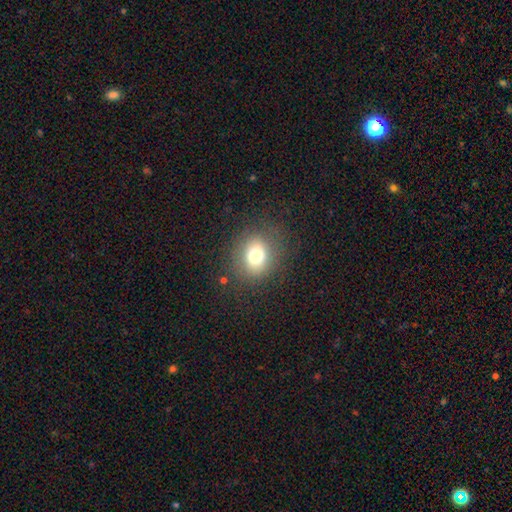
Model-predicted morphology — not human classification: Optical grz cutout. It shows a smooth galaxy with no disk features (73%) that is round (69%). Merging: none (80%).